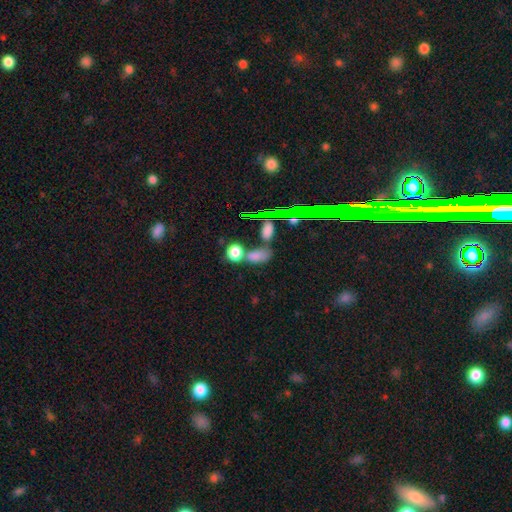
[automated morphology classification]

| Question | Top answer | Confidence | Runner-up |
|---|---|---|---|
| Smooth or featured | smooth | 71% | star or artifact (19%) |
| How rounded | in between | 72% | round (23%) |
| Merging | none | 41% | merger (38%) |